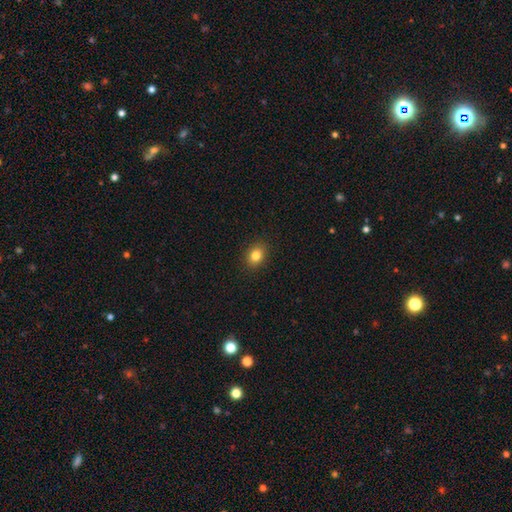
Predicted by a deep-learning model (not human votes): Smooth or featured? smooth (83%)
How rounded? in between (50%)
Merging? none (90%)